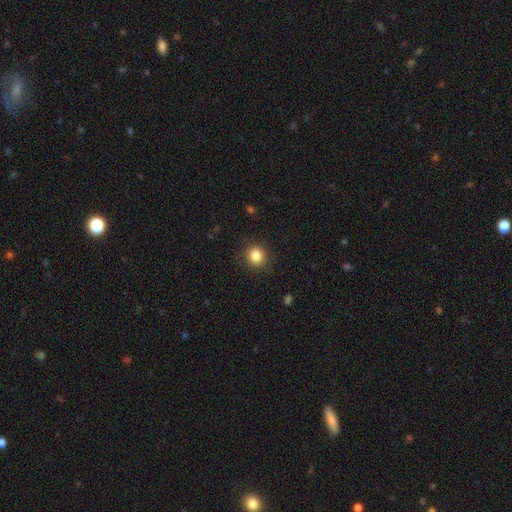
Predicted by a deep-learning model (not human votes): A smooth galaxy with no disk features (85%) that is round (83%). Merging: none (88%).